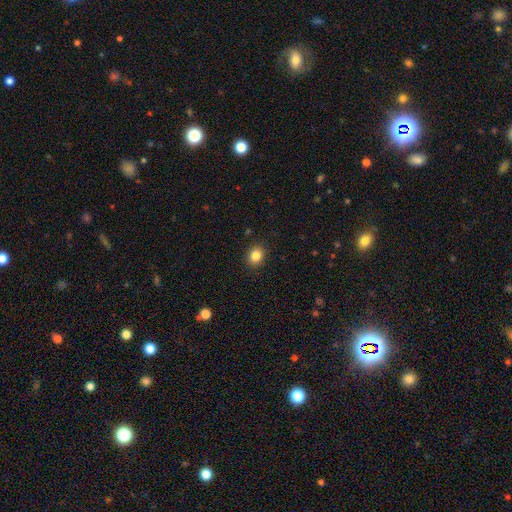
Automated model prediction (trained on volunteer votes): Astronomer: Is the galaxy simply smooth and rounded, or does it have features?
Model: smooth — 85%.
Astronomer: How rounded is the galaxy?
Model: round — 54% (runner-up: in between, 45%).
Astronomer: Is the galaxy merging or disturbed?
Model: none — 90%.